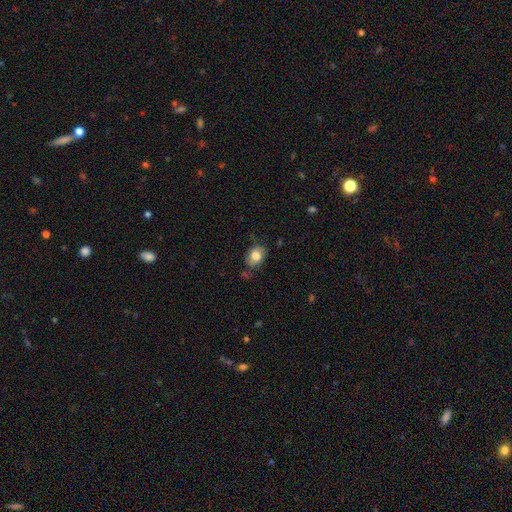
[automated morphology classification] type=smooth (77%); roundness=in between (71%); merging=none (63%).